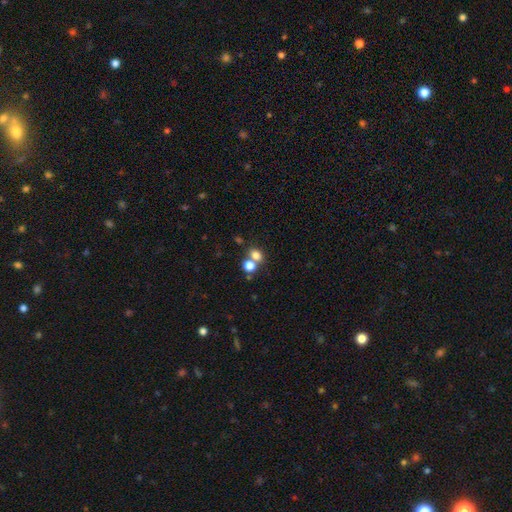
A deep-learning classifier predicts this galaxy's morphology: smooth 77%, star or artifact 14%, featured or disk 9%. Down the decision tree: how rounded — in between (53%); merging — none (45%).